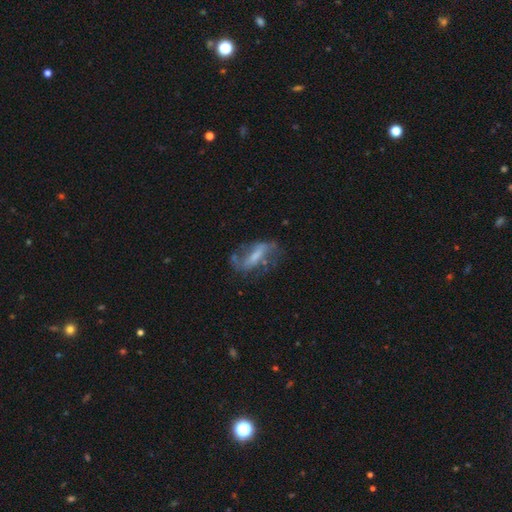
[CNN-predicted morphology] Smooth or featured? Predicted: featured or disk (p=0.65). Edge-on disk? Predicted: no (p=0.89). Bar? Predicted: strong (p=0.42). Spiral arms? Predicted: yes (p=0.68). Bulge size? Predicted: small (p=0.32). Merging? Predicted: none (p=0.47).